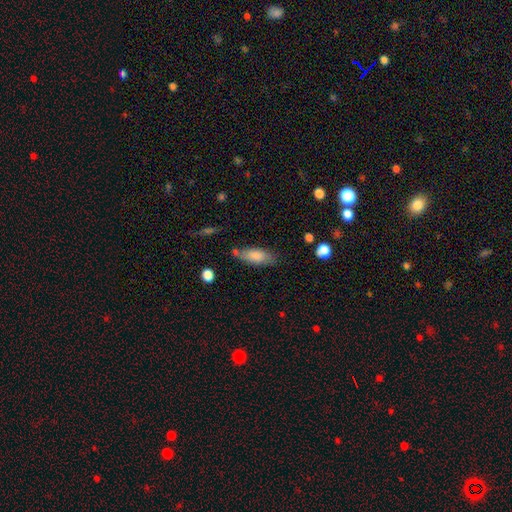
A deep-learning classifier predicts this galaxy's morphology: type=smooth (78%); roundness=in between (76%); merging=none (64%).